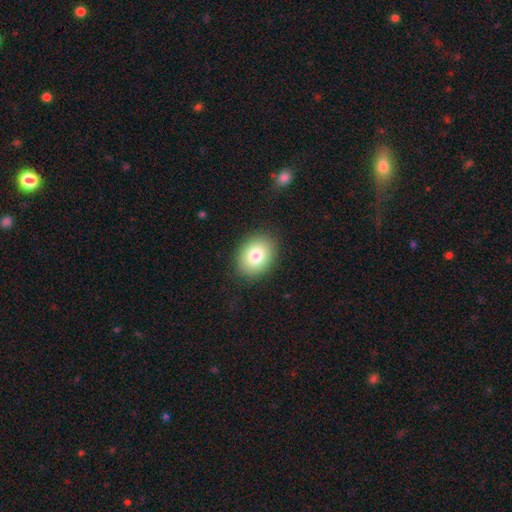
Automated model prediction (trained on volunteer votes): smooth-or-featured: smooth: 81% | featured or disk: 10% | star or artifact: 9%
  how-rounded: in between: 62% | round: 37% | cigar-shaped: 1%
  merging: none: 87% | minor disturbance: 9% | major disturbance: 3% | merger: 1%